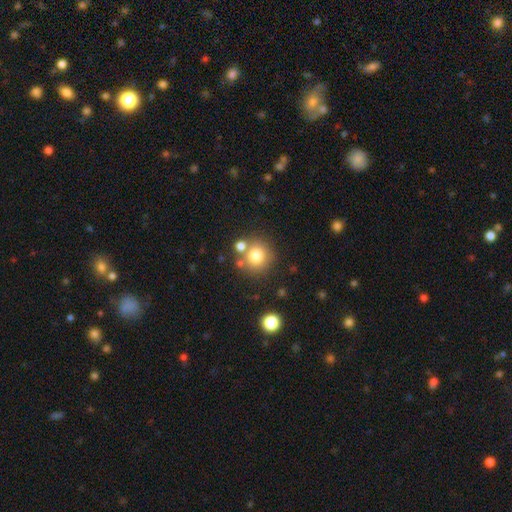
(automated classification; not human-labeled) A smooth galaxy with no disk features (77%) that is round (92%). Merging: none (72%).